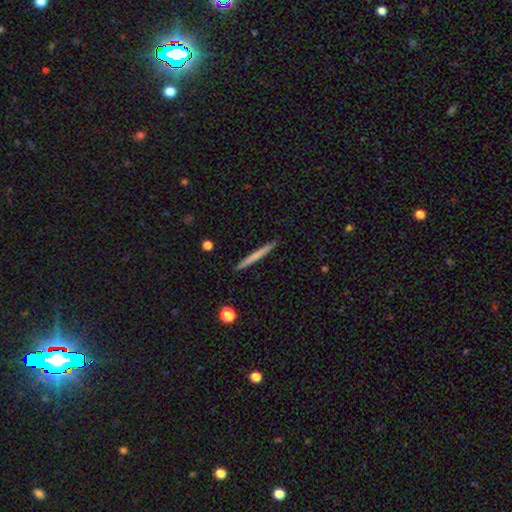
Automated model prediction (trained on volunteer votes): A smooth galaxy with no disk features (61%) that is cigar-shaped (97%).

Vote fractions:
- Smooth or featured? smooth: 61% / featured or disk: 33% / star or artifact: 6%
- How rounded? cigar-shaped: 97% / in between: 2% / round: 1%
- Merging? none: 92% / minor disturbance: 5% / major disturbance: 1% / merger: 1%